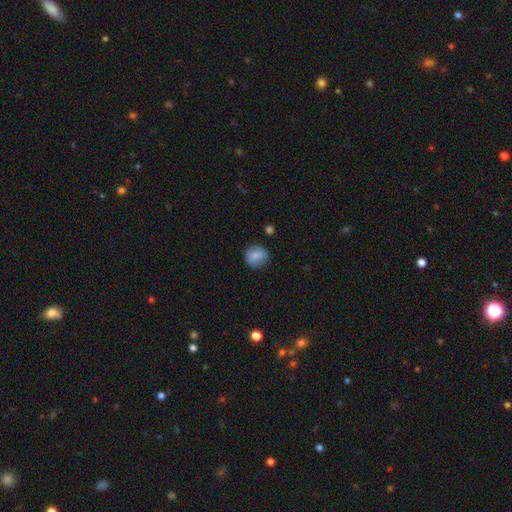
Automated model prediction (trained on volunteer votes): Smooth or featured? Predicted: smooth (p=0.80). How rounded? Predicted: round (p=0.78). Merging? Predicted: none (p=0.77).